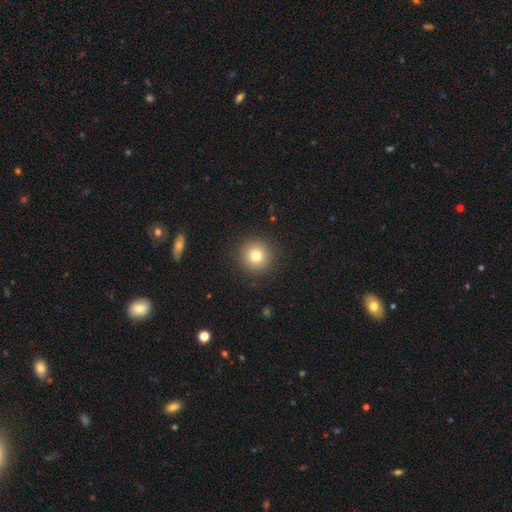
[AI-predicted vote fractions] smooth 78%, star or artifact 12%, featured or disk 10%. Down the decision tree: how rounded — round (95%); merging — none (91%).